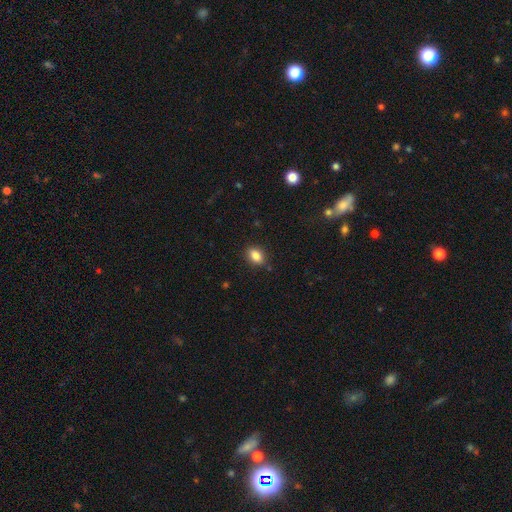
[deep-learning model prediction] Overall: smooth (85%). How rounded: in between (80%). Merging: none (87%).